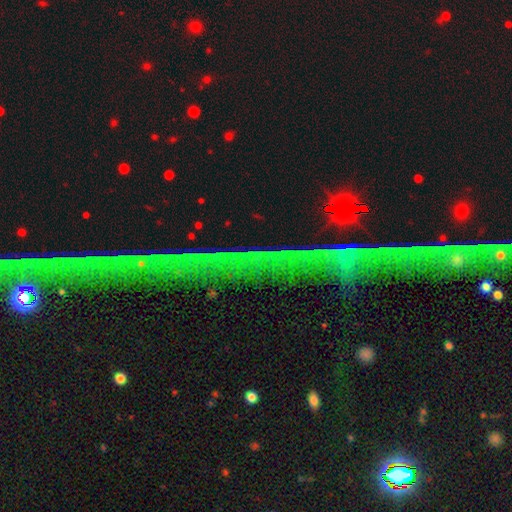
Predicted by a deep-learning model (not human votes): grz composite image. It shows a star or artifact, not a galaxy (82%).